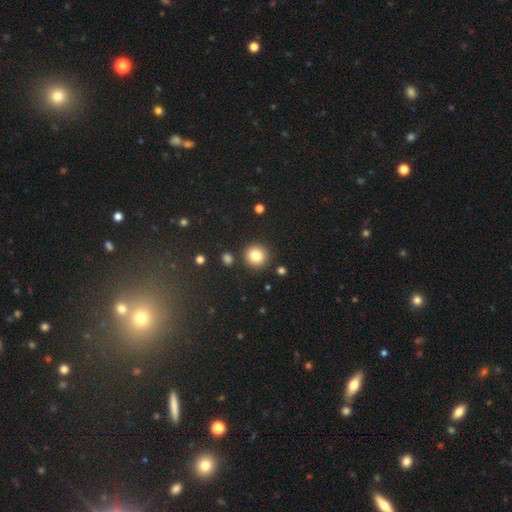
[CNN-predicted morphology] smooth 83%, star or artifact 11%, featured or disk 7%. Down the decision tree: how rounded — round (93%); merging — none (88%).